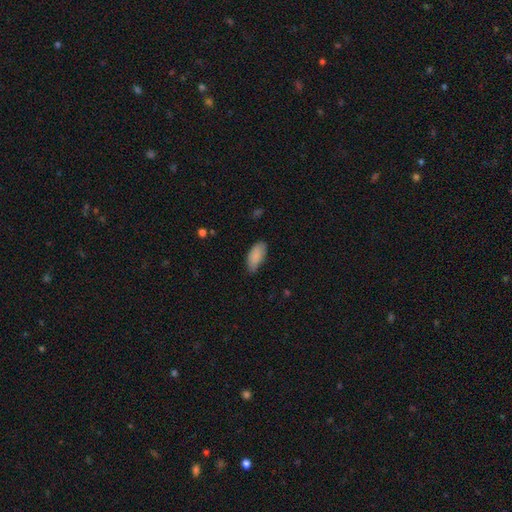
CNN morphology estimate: Q: Smooth or featured?
A: smooth (87%); runner-up: featured or disk (7%)
Q: How rounded?
A: in between (91%); runner-up: cigar-shaped (7%)
Q: Merging?
A: none (70%); runner-up: minor disturbance (25%)